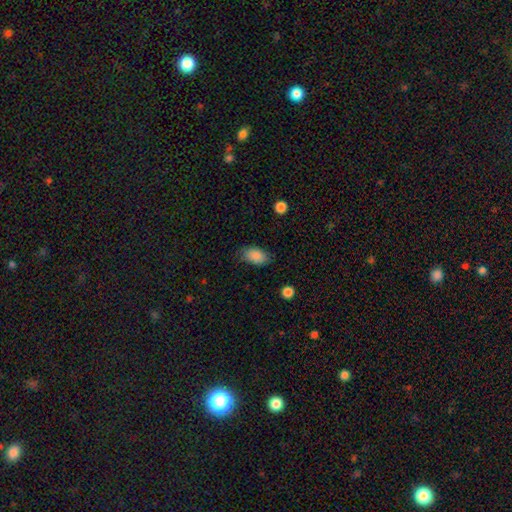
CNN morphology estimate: smooth_or_featured: smooth (p=0.88) [alt: star or artifact p=0.07]
how_rounded: in between (p=0.91) [alt: round p=0.07]
merging: none (p=0.78) [alt: minor disturbance p=0.17]